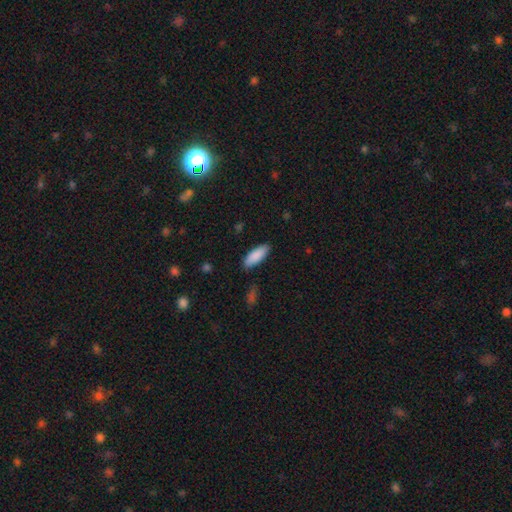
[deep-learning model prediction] Q: Smooth or featured?
A: smooth (88%); runner-up: star or artifact (6%)
Q: How rounded?
A: in between (72%); runner-up: cigar-shaped (26%)
Q: Merging?
A: none (85%); runner-up: minor disturbance (11%)